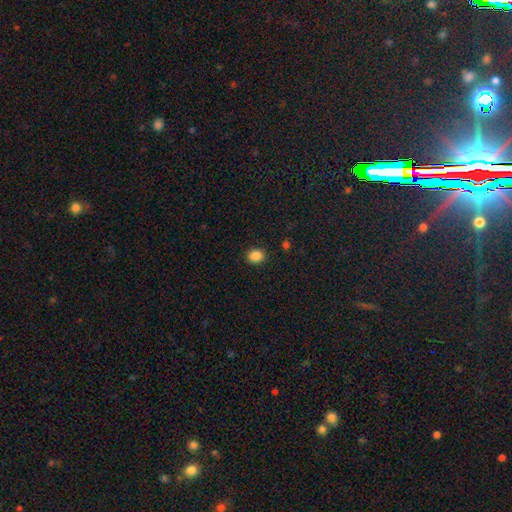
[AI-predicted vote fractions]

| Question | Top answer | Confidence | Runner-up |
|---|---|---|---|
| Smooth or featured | smooth | 86% | star or artifact (10%) |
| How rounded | round | 63% | in between (37%) |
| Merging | none | 90% | minor disturbance (7%) |